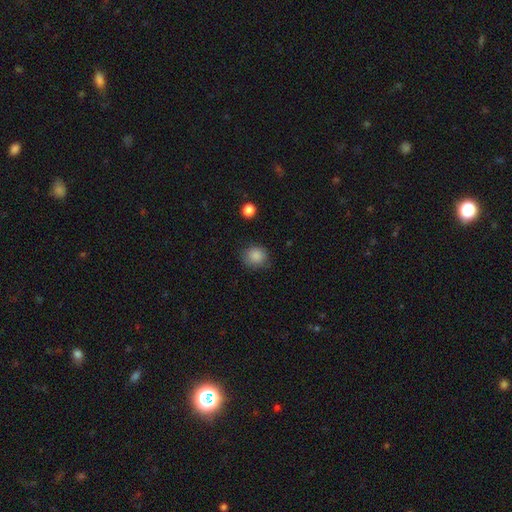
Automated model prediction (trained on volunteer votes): smooth_or_featured: smooth (p=0.86) [alt: star or artifact p=0.09]
how_rounded: round (p=0.80) [alt: in between p=0.19]
merging: none (p=0.80) [alt: minor disturbance p=0.15]